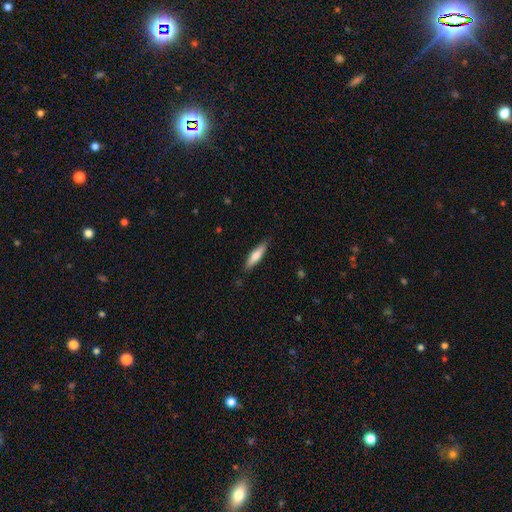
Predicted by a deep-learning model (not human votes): smooth 67%, featured or disk 28%, star or artifact 5%. Down the decision tree: how rounded — cigar-shaped (78%); merging — none (87%).